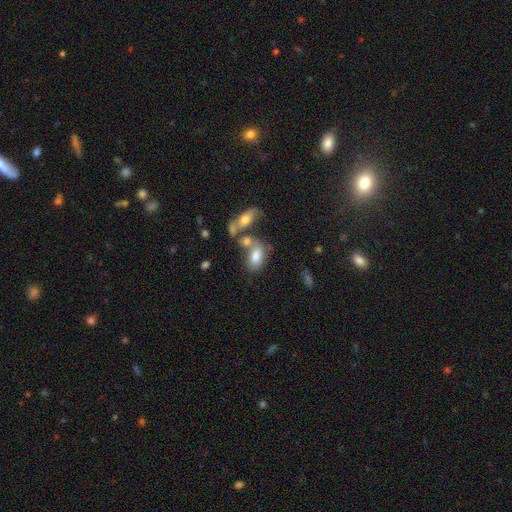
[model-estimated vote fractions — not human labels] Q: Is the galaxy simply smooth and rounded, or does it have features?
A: smooth — 77%.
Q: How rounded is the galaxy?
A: in between — 89%.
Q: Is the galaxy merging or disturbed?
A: merger — 39%.